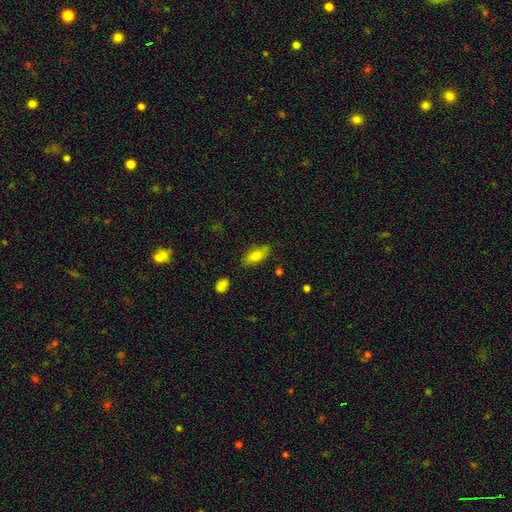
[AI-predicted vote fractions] Smooth or featured: smooth — 76% (featured or disk — 17%)
How rounded: in between — 78% (cigar-shaped — 19%)
Merging: none — 75% (minor disturbance — 19%)